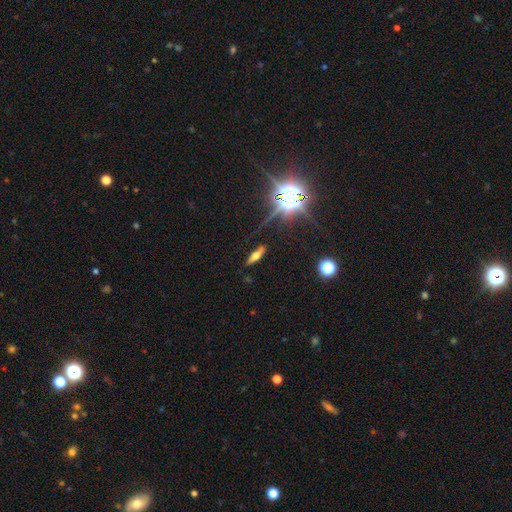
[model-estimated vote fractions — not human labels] Overall: smooth (42%; featured or disk 37%). Merging: none (84%).